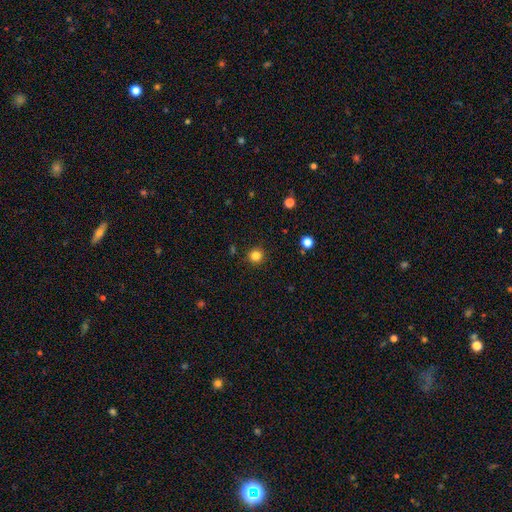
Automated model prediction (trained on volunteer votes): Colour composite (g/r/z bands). It shows a smooth galaxy with no disk features (83%) that is round (94%). Merging: none (91%).